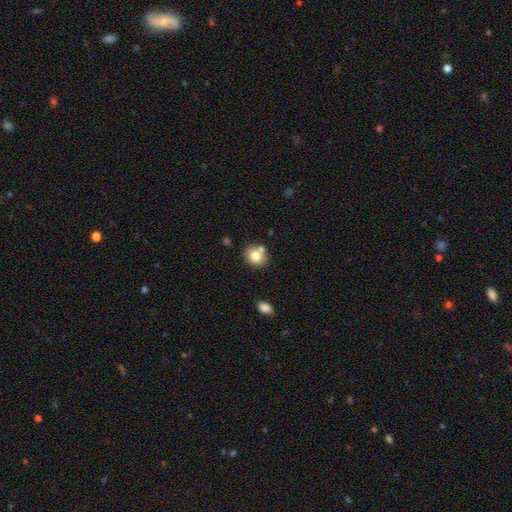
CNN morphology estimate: Overall: smooth (77%). How rounded: round (63%; in between 36%). Merging: none (65%).